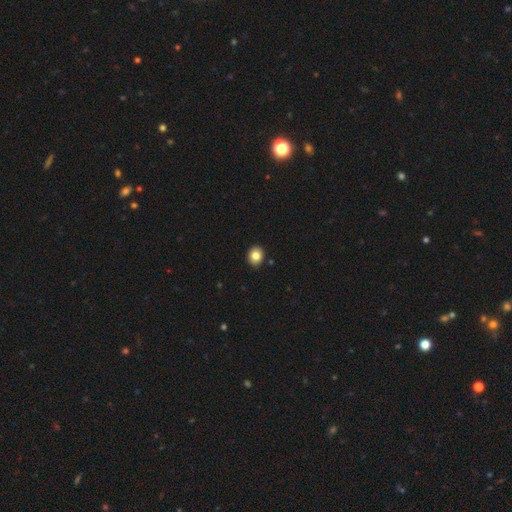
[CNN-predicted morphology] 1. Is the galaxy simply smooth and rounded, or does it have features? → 84% smooth, 9% star or artifact, 7% featured or disk.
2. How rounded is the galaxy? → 61% round, 38% in between, 1% cigar-shaped.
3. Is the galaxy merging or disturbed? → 91% none, 7% minor disturbance, 2% major disturbance, 1% merger.